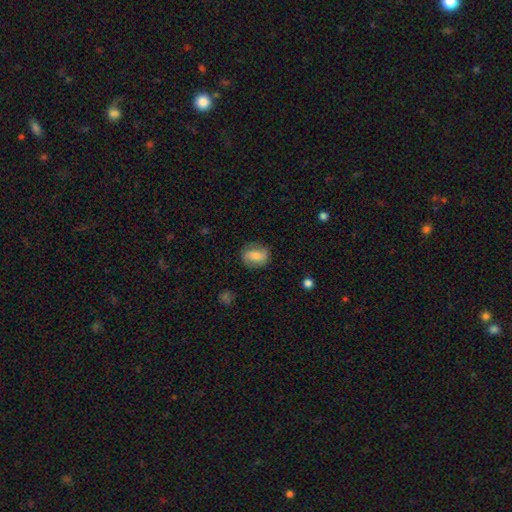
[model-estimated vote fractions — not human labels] This appears to be a smooth galaxy with no disk features (54%) that is round (50%). Merging: none (78%).